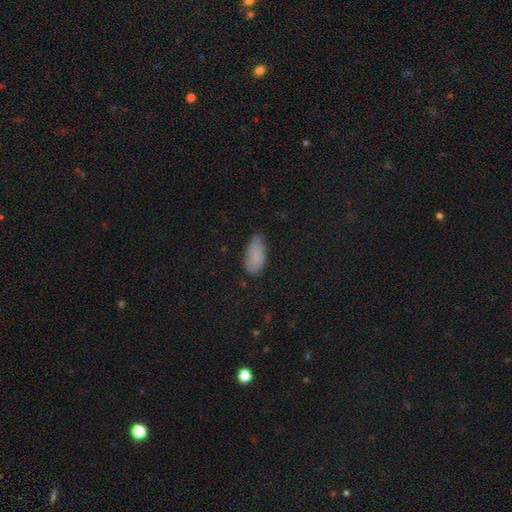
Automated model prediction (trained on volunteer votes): A smooth galaxy with no disk features (82%) that is in between round and cigar-shaped (90%).

Vote fractions:
- Smooth or featured? smooth: 82% / star or artifact: 9% / featured or disk: 8%
- How rounded? in between: 90% / cigar-shaped: 8% / round: 2%
- Merging? none: 52% / minor disturbance: 38% / major disturbance: 7% / merger: 2%